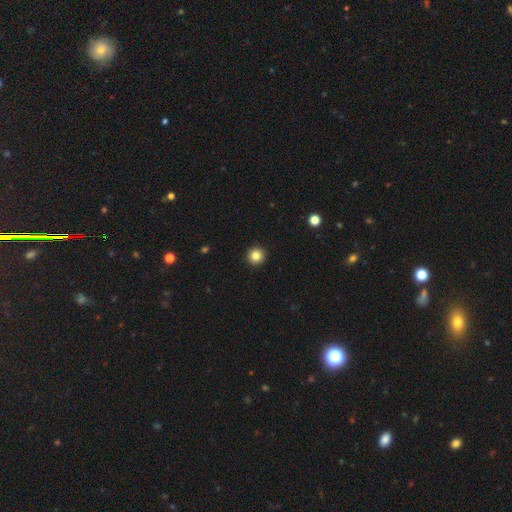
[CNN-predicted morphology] A smooth galaxy with no disk features (85%) that is round (96%). Merging: none (94%).